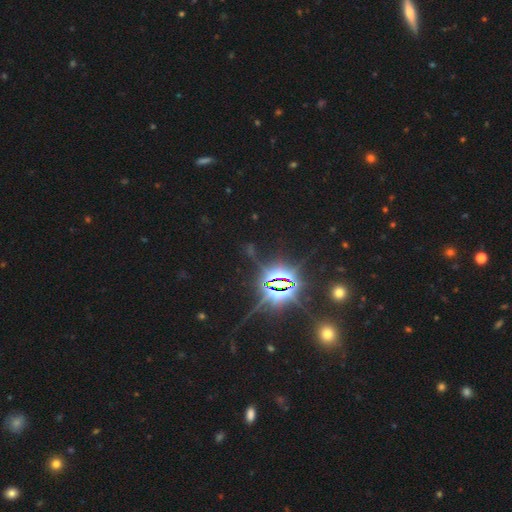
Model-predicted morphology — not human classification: This appears to be a star or artifact, not a galaxy (83%).